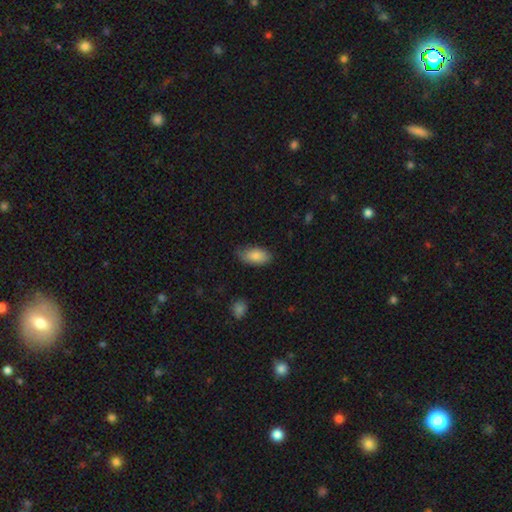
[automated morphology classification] This is clearly a smooth galaxy (83%). How rounded: clearly in between (93%). Merging: likely none (71%).